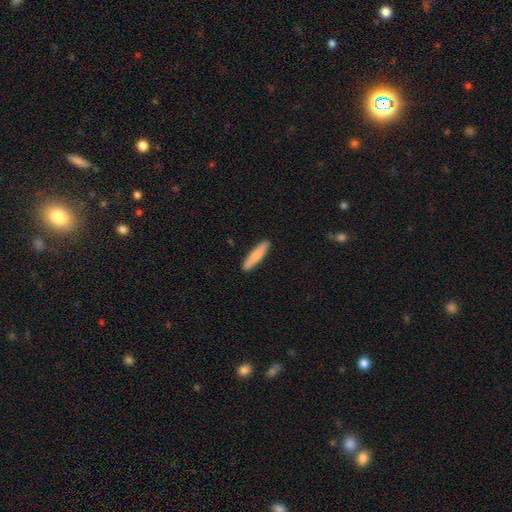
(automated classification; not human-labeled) A smooth galaxy with no disk features (78%) that is cigar-shaped (80%). Merging: none (90%).